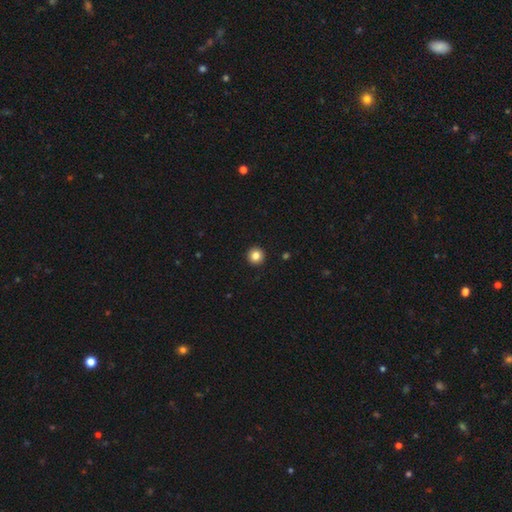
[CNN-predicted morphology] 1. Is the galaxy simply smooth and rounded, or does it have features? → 85% smooth, 10% star or artifact, 5% featured or disk.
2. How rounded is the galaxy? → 96% round, 3% in between, 1% cigar-shaped.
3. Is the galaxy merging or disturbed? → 94% none, 4% minor disturbance, 1% major disturbance, 1% merger.